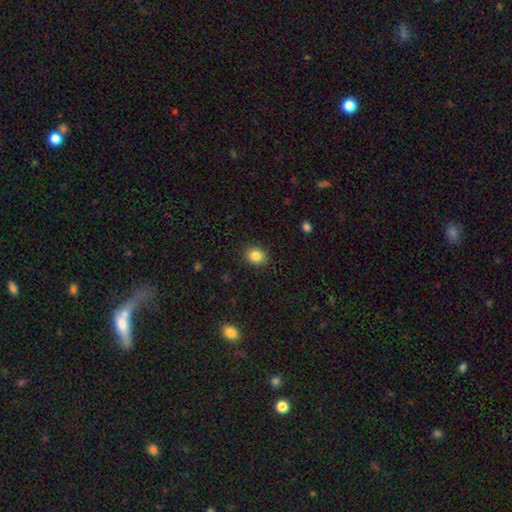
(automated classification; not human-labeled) Q: Smooth or featured?
A: smooth (85%); runner-up: star or artifact (10%)
Q: How rounded?
A: round (51%); runner-up: in between (48%)
Q: Merging?
A: none (88%); runner-up: minor disturbance (8%)